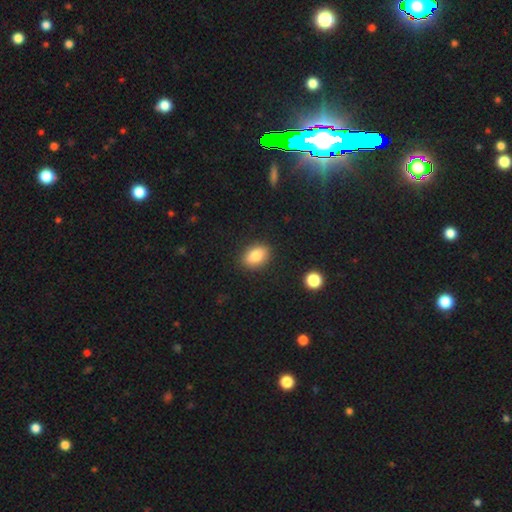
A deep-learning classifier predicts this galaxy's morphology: smooth 81%, featured or disk 10%, star or artifact 9%. Down the decision tree: how rounded — in between (79%); merging — none (87%).